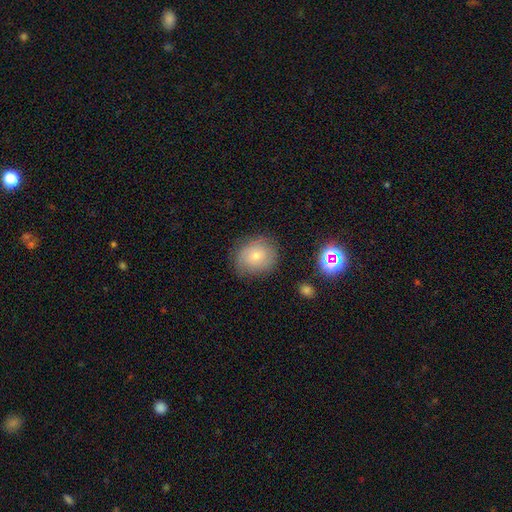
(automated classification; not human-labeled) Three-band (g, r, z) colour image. It shows a smooth galaxy with no disk features (58%) that is round (78%). Merging: none (77%).